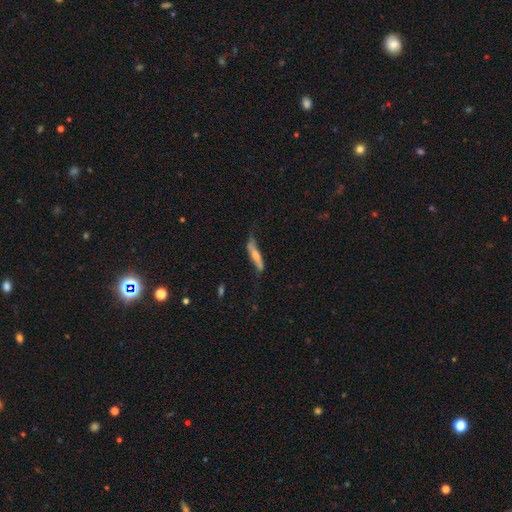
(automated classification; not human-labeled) Smooth or featured?
  - smooth: 54% *
  - featured or disk: 41%
  - star or artifact: 6%
How rounded?
  - cigar-shaped: 84% *
  - in between: 14%
  - round: 2%
Merging?
  - none: 58% *
  - minor disturbance: 29%
  - major disturbance: 11%
  - merger: 3%